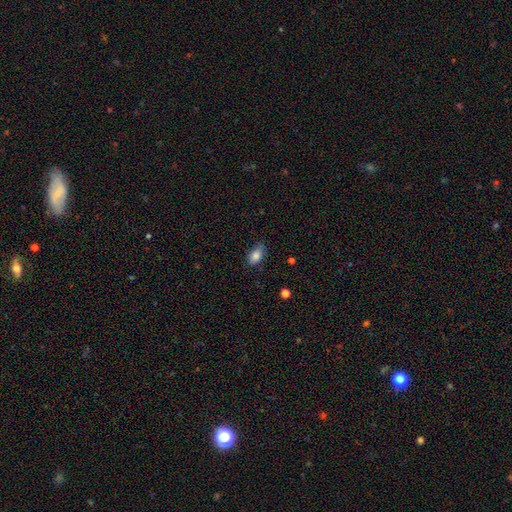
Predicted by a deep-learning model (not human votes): The model was most divided on "merging": none: 74%, minor disturbance: 21%, major disturbance: 4%, merger: 1%. More confident: how rounded — in between (89%); smooth or featured — smooth (84%).